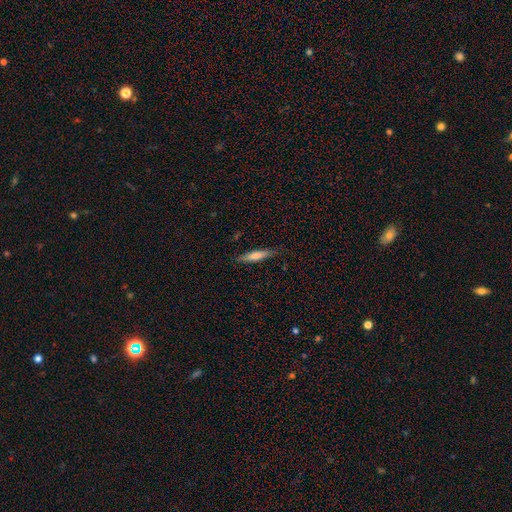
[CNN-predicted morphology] This is likely a smooth galaxy (66%). How rounded: clearly cigar-shaped (83%). Merging: clearly none (83%).